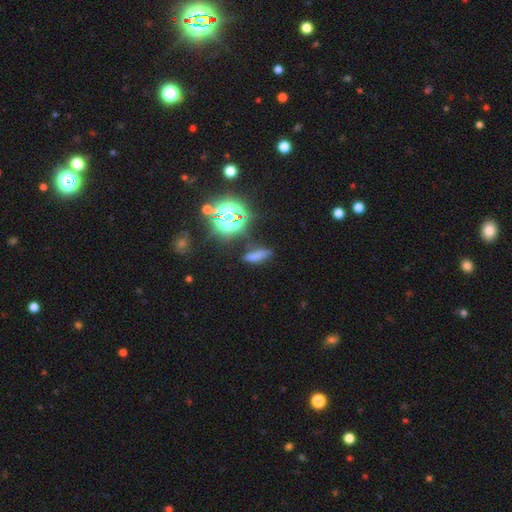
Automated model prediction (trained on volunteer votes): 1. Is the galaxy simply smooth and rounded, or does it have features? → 58% smooth, 29% star or artifact, 13% featured or disk.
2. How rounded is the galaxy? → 51% cigar-shaped, 42% in between, 7% round.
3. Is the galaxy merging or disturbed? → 65% none, 20% minor disturbance, 9% major disturbance, 6% merger.